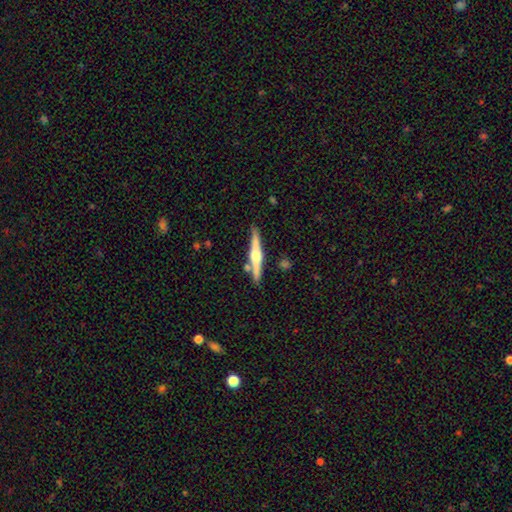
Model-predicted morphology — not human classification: Smooth or featured: featured or disk — 70% (smooth — 24%)
Edge-on disk: yes — 98% (no — 2%)
Edge-on bulge: rounded — 90% (boxy — 6%)
Merging: none — 84% (minor disturbance — 9%)